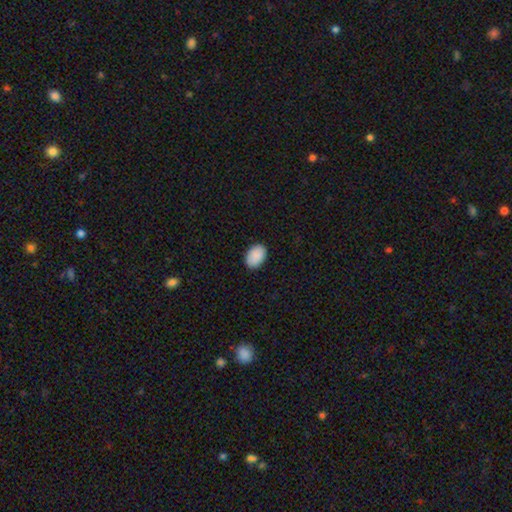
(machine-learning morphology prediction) Smooth or featured?
  - smooth: 91% *
  - star or artifact: 6%
  - featured or disk: 3%
How rounded?
  - in between: 87% *
  - round: 12%
  - cigar-shaped: 1%
Merging?
  - none: 88% *
  - minor disturbance: 9%
  - major disturbance: 2%
  - merger: 1%